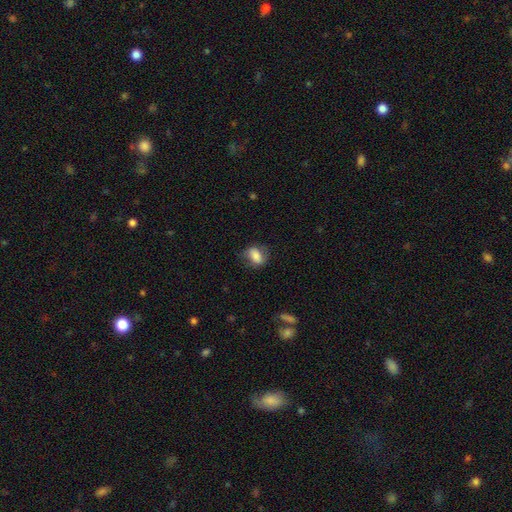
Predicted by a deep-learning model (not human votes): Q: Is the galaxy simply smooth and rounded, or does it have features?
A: smooth — 75%.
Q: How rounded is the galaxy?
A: in between — 73%.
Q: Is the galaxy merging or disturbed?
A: none — 67%.